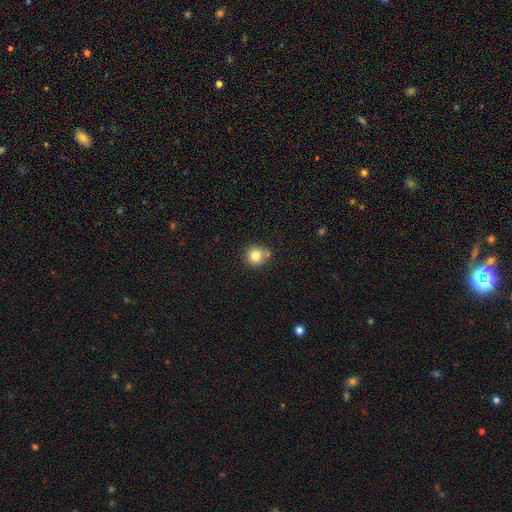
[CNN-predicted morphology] Smooth or featured? smooth (81%)
How rounded? round (92%)
Merging? none (73%)